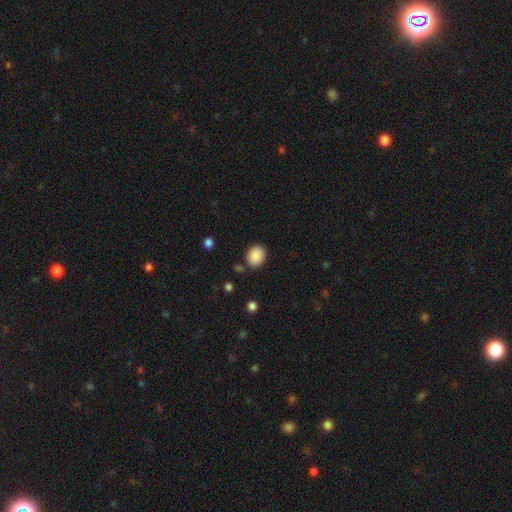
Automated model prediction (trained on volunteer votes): A smooth galaxy with no disk features (89%) that is round (52%). Merging: none (83%).